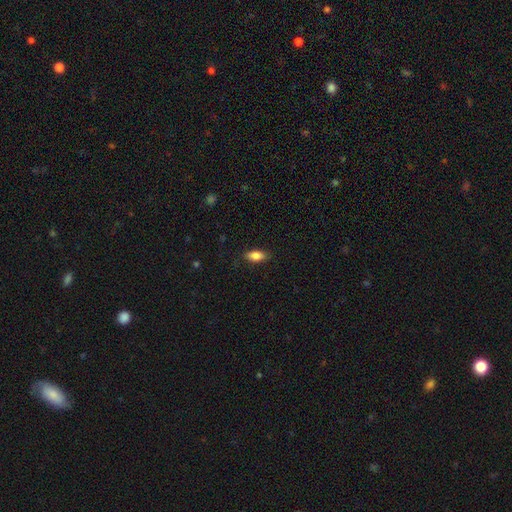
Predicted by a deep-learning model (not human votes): This appears to be a smooth galaxy with no disk features (83%) that is in between round and cigar-shaped (86%). Merging: none (84%).